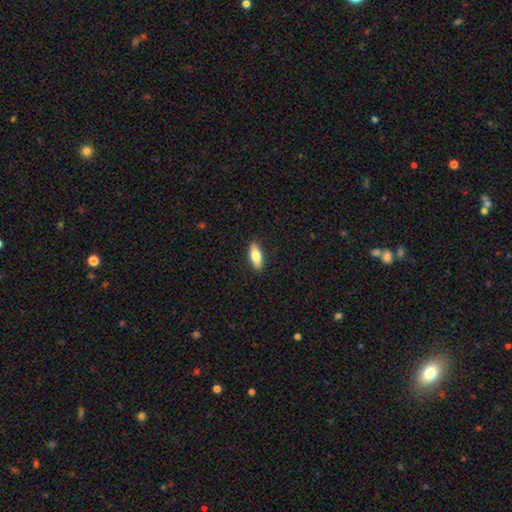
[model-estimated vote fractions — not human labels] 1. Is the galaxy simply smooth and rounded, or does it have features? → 77% smooth, 17% featured or disk, 6% star or artifact.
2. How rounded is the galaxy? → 74% in between, 24% cigar-shaped, 2% round.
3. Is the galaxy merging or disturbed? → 90% none, 8% minor disturbance, 2% major disturbance, 1% merger.